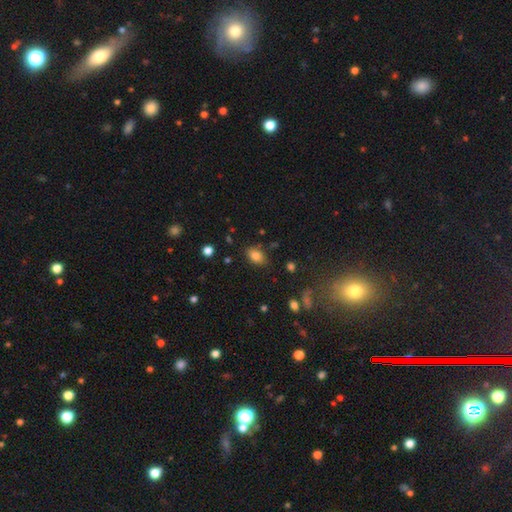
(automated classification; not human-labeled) A smooth galaxy with no disk features (81%) that is in between round and cigar-shaped (81%).

Vote fractions:
- Smooth or featured? smooth: 81% / star or artifact: 11% / featured or disk: 8%
- How rounded? in between: 81% / round: 18% / cigar-shaped: 1%
- Merging? none: 80% / minor disturbance: 14% / major disturbance: 3% / merger: 3%